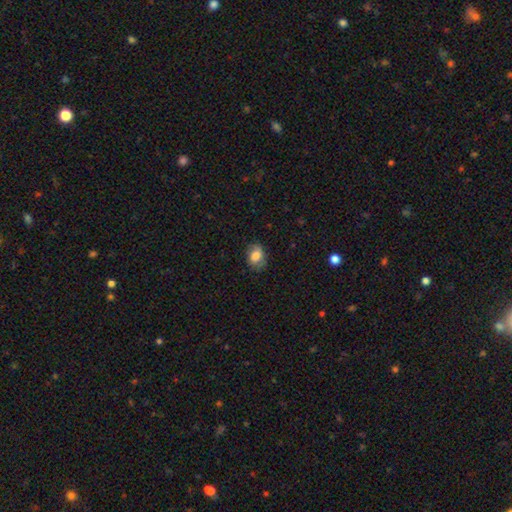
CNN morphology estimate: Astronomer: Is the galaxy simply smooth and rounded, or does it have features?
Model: smooth — 75%.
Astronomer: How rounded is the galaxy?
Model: in between — 70%.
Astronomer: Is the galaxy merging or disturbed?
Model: none — 77%.